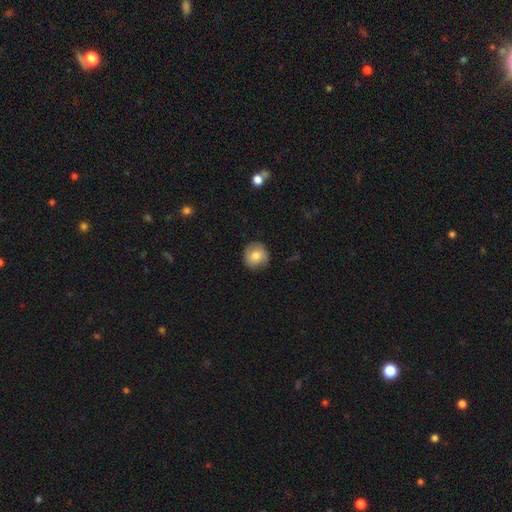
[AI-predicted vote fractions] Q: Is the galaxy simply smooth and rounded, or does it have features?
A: smooth — 75%.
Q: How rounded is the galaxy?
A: round — 92%.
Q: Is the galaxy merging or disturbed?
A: none — 81%.